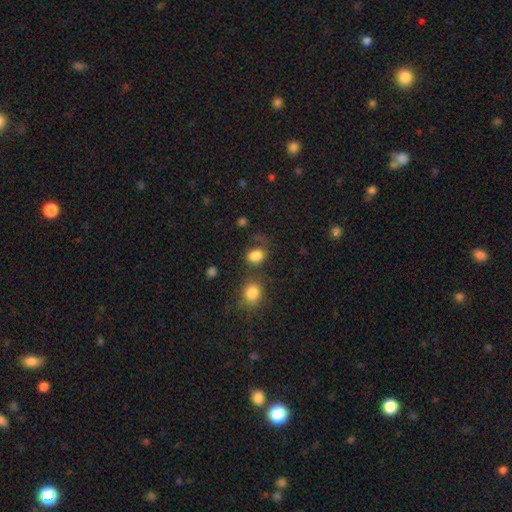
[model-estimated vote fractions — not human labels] Smooth or featured?
  - smooth: 83% *
  - star or artifact: 11%
  - featured or disk: 5%
How rounded?
  - round: 50% *
  - in between: 49%
  - cigar-shaped: 1%
Merging?
  - none: 62% *
  - minor disturbance: 17%
  - merger: 13%
  - major disturbance: 9%